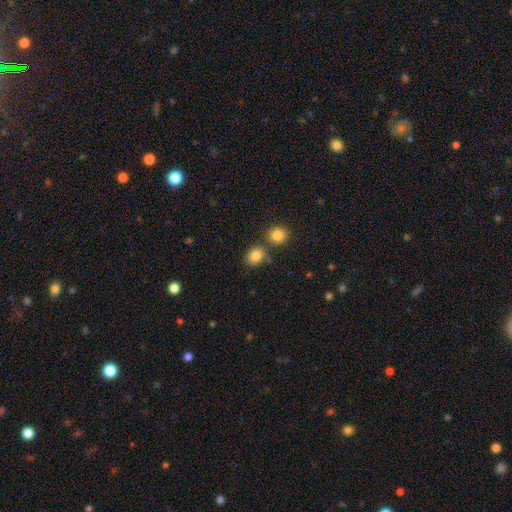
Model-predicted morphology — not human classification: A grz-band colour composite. It shows a smooth galaxy with no disk features (85%) that is round (64%). Merging: none (68%).